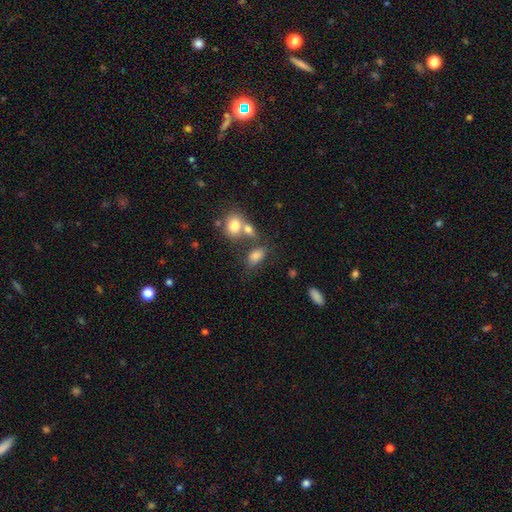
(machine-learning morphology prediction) The model was most divided on "merging": none: 46%, merger: 31%, minor disturbance: 15%, major disturbance: 8%. More confident: how rounded — in between (84%); smooth or featured — smooth (80%).